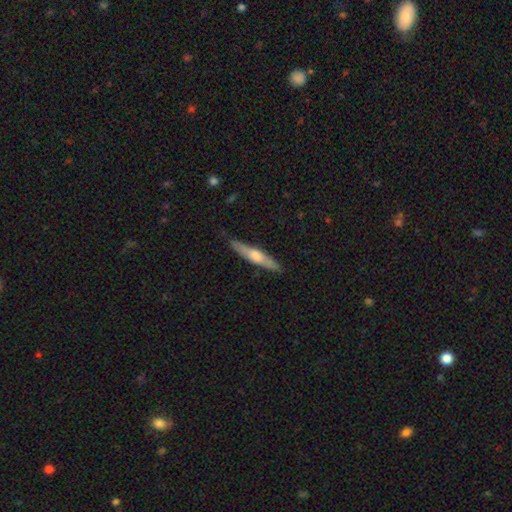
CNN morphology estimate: Smooth or featured? Predicted: featured or disk (p=0.48). Merging? Predicted: none (p=0.85).